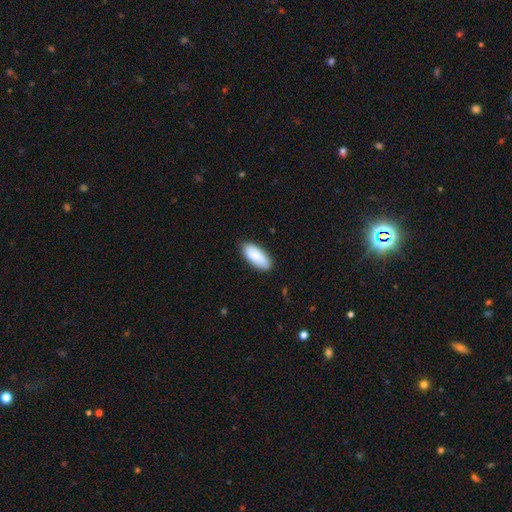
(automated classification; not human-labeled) Smooth or featured? Predicted: smooth (p=0.89). How rounded? Predicted: in between (p=0.81). Merging? Predicted: none (p=0.87).